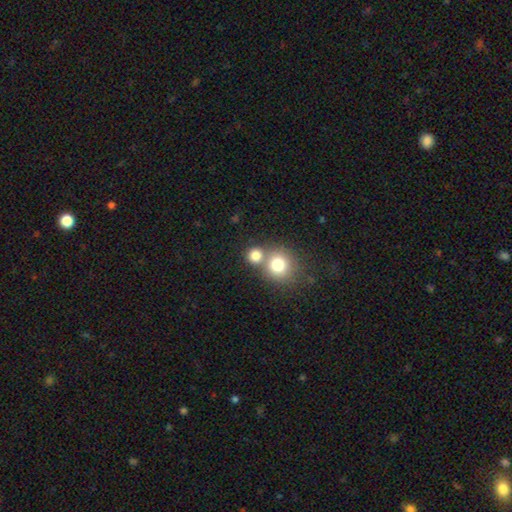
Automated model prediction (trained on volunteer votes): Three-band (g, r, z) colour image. It shows a smooth galaxy with no disk features (79%) that is round (85%). Merging: none (51%).